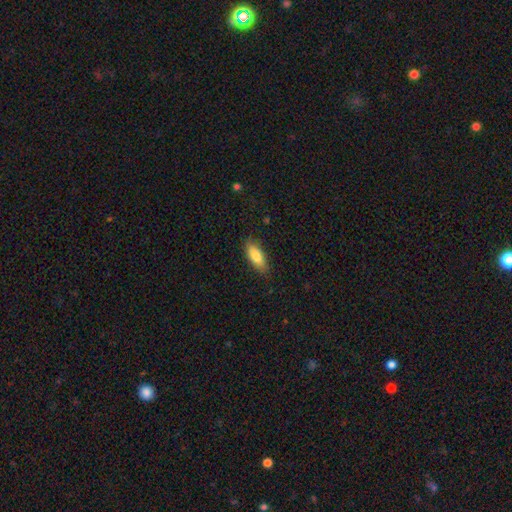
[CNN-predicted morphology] Smooth or featured? Predicted: smooth (p=0.84). How rounded? Predicted: in between (p=0.75). Merging? Predicted: none (p=0.81).